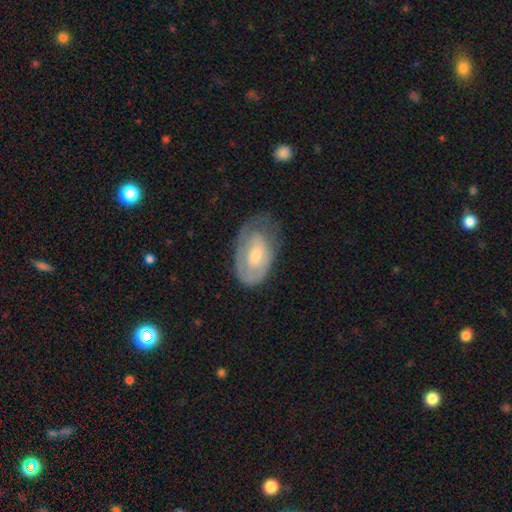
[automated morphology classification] Smooth or featured? featured or disk (56%)
Edge-on disk? no (93%)
Bar? no (61%)
Spiral arms? yes (63%)
Bulge size? moderate (49%)
Merging? none (50%)